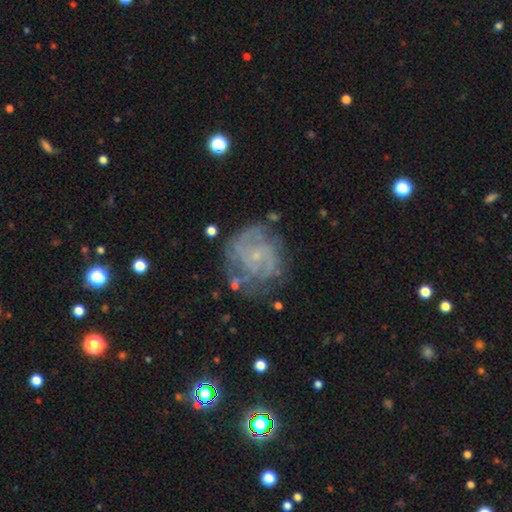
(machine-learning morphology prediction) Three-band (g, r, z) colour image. It shows a featured or disk galaxy (76%) with no bar (74%), tight (54%) spiral arms (84%) and a small central bulge (80%). Merging: none (64%).